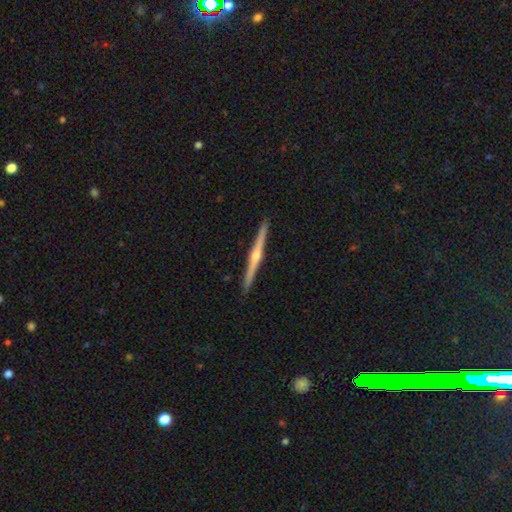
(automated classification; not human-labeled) featured or disk 81%, smooth 13%, star or artifact 6%. Down the decision tree: edge-on disk — yes (99%); edge-on bulge — rounded (85%); merging — none (93%).